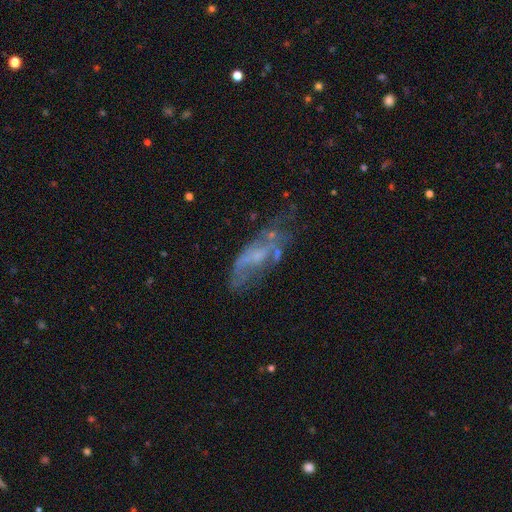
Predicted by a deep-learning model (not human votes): Smooth or featured? Predicted: featured or disk (p=0.61). Edge-on disk? Predicted: no (p=0.87). Bar? Predicted: no (p=0.71). Spiral arms? Predicted: no (p=0.61). Bulge size? Predicted: small (p=0.42). Merging? Predicted: none (p=0.39).